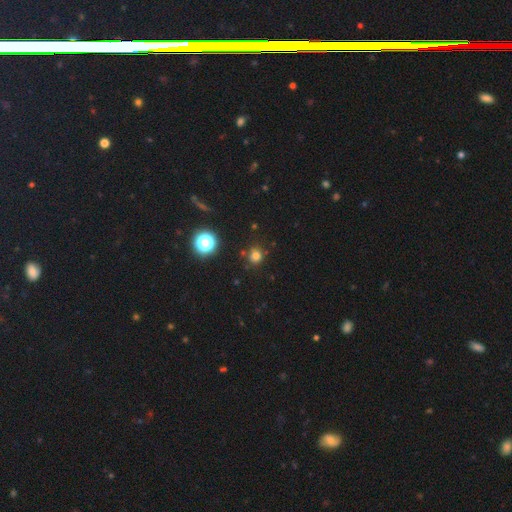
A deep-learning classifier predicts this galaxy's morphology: Smooth or featured? Predicted: smooth (p=0.74). How rounded? Predicted: round (p=0.87). Merging? Predicted: none (p=0.80).